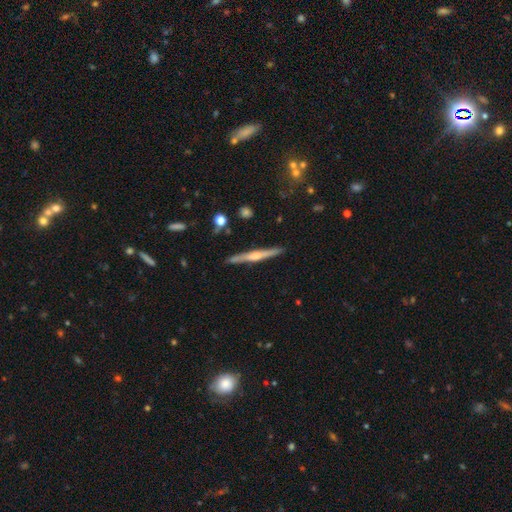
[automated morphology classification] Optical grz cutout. It shows a featured or disk galaxy (67%) viewed edge-on (98%) with a rounded central bulge (73%). Merging: none (89%).